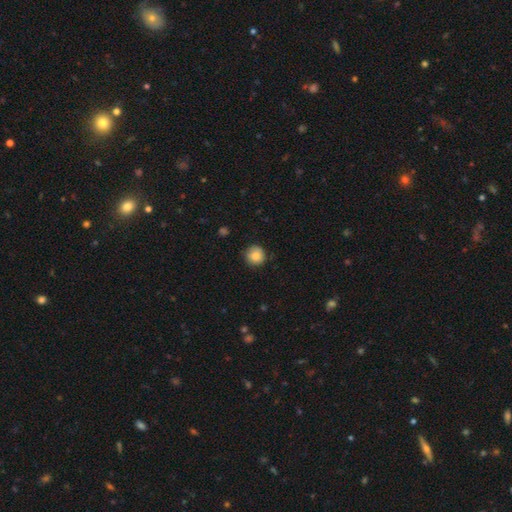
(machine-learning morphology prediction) Smooth or featured: smooth — 84% (star or artifact — 9%)
How rounded: round — 92% (in between — 7%)
Merging: none — 80% (minor disturbance — 16%)